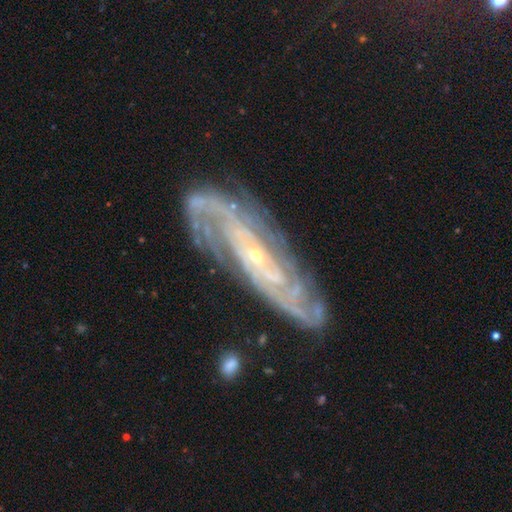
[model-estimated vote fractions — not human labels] Smooth or featured: featured or disk — 88% (star or artifact — 6%)
Edge-on disk: no — 86% (yes — 14%)
Bar: no — 58% (weak — 29%)
Spiral arms: yes — 97% (no — 3%)
Spiral winding: tight — 60% (medium — 32%)
Spiral arm count: 2 — 34% (can't tell — 29%)
Bulge size: small — 79% (moderate — 17%)
Merging: none — 78% (minor disturbance — 15%)